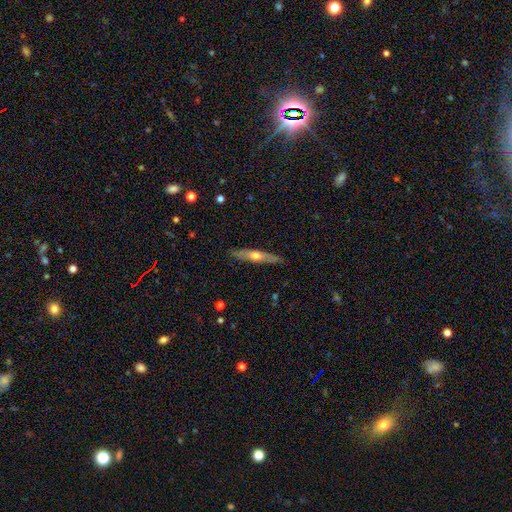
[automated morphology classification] smooth_or_featured: featured or disk (p=0.60) [alt: smooth p=0.33]
disk_edge_on: yes (p=0.91) [alt: no p=0.09]
edge_on_bulge: rounded (p=0.87) [alt: none p=0.10]
merging: none (p=0.88) [alt: minor disturbance p=0.09]